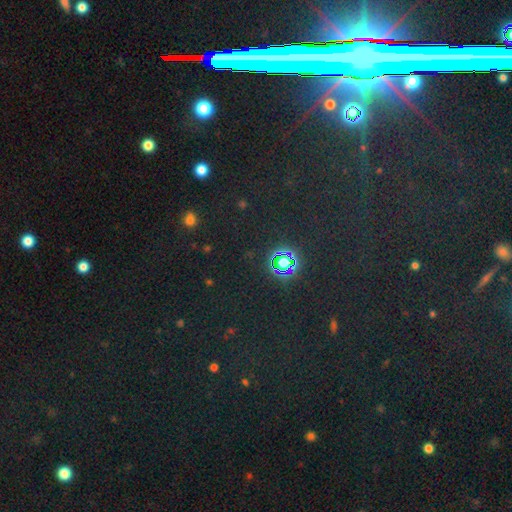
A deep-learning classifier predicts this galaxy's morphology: smooth-or-featured: star or artifact: 71% | smooth: 20% | featured or disk: 9%